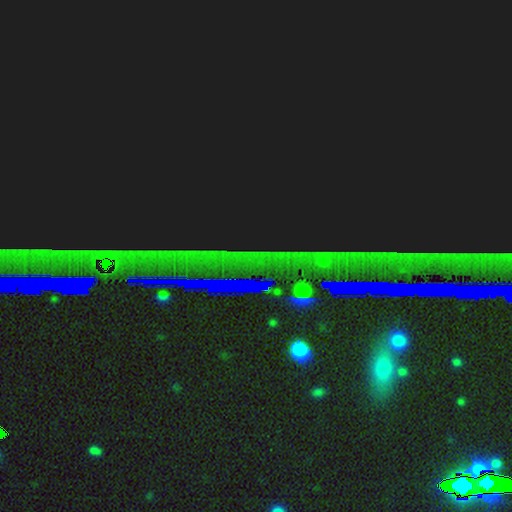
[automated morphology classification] Smooth or featured?
  - star or artifact: 83% *
  - featured or disk: 9%
  - smooth: 8%